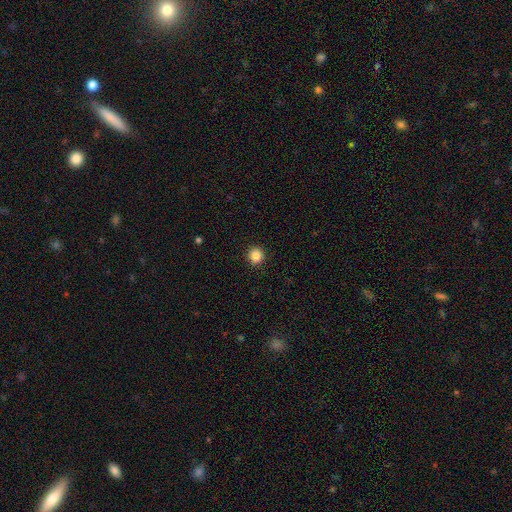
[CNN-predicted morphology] smooth-or-featured: smooth: 86% | star or artifact: 11% | featured or disk: 3%
  how-rounded: round: 94% | in between: 5% | cigar-shaped: 1%
  merging: none: 93% | minor disturbance: 5% | major disturbance: 2% | merger: 1%